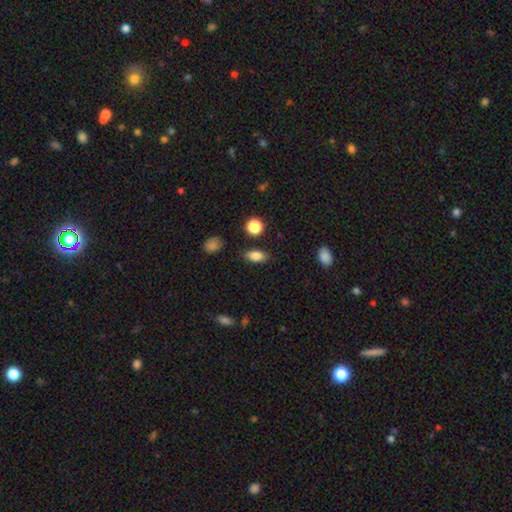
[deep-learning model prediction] Smooth or featured? smooth (84%)
How rounded? in between (85%)
Merging? none (85%)